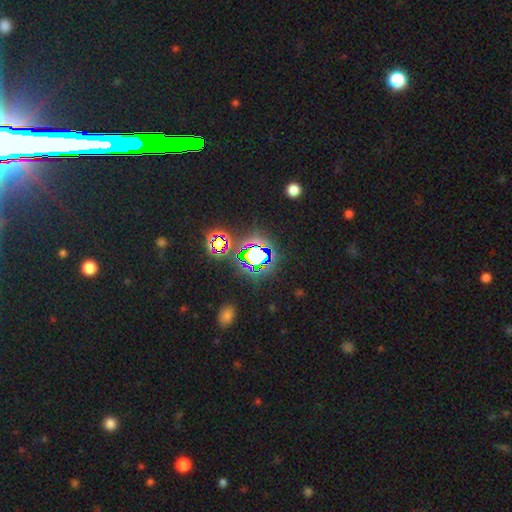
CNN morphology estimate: This appears to be a star or artifact, not a galaxy (72%).